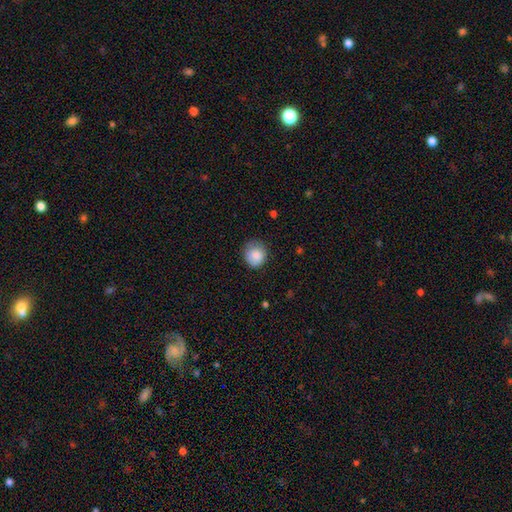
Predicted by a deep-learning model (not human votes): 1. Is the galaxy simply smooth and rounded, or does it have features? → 84% smooth, 8% star or artifact, 8% featured or disk.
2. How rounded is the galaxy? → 81% round, 18% in between, 1% cigar-shaped.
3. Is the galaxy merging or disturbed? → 69% none, 24% minor disturbance, 6% major disturbance, 1% merger.